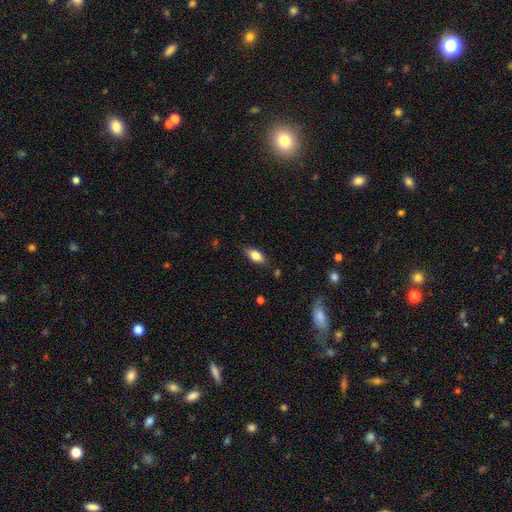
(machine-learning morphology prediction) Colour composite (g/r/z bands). It shows a smooth galaxy with no disk features (82%) that is in between round and cigar-shaped (88%). Merging: none (83%).